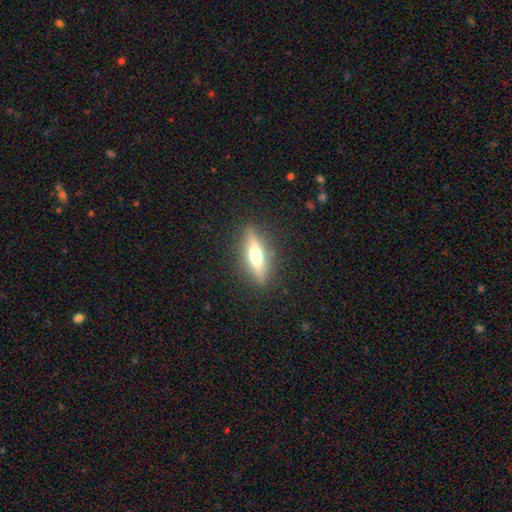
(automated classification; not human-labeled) Smooth or featured?
  - featured or disk: 54% *
  - smooth: 39%
  - star or artifact: 7%
Edge-on disk?
  - yes: 89% *
  - no: 11%
Merging?
  - none: 87% *
  - minor disturbance: 9%
  - major disturbance: 3%
  - merger: 1%